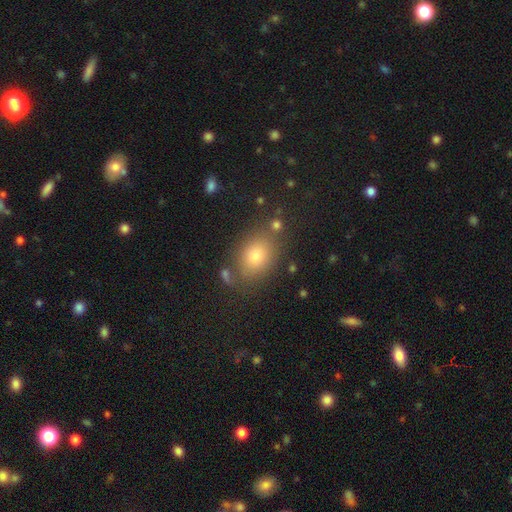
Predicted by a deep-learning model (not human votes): smooth_or_featured: smooth (p=0.76) [alt: star or artifact p=0.14]
how_rounded: in between (p=0.69) [alt: round p=0.30]
merging: none (p=0.76) [alt: minor disturbance p=0.13]